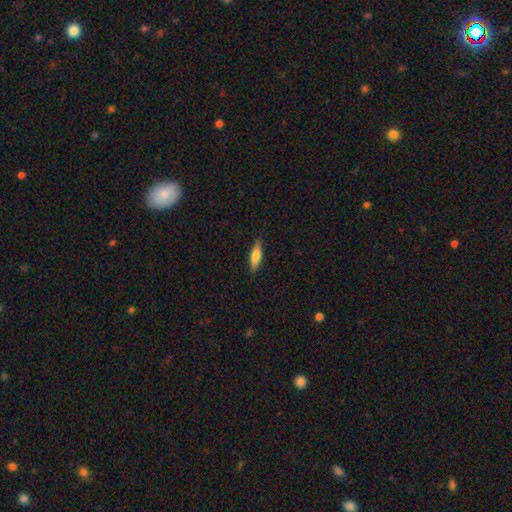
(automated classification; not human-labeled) smooth 67%, featured or disk 27%, star or artifact 6%. Down the decision tree: how rounded — cigar-shaped (68%); merging — none (85%).